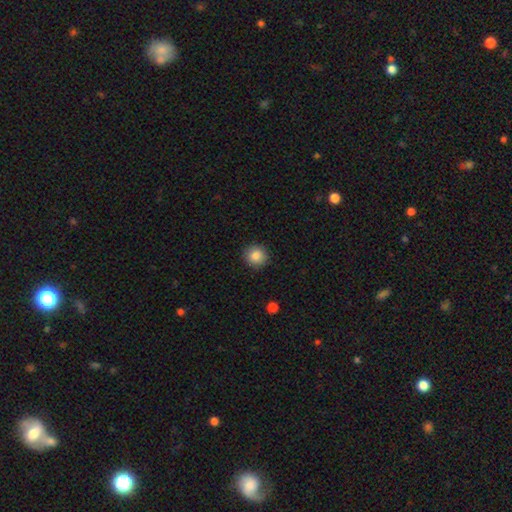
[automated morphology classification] Overall: smooth (85%). How rounded: round (91%). Merging: none (91%).